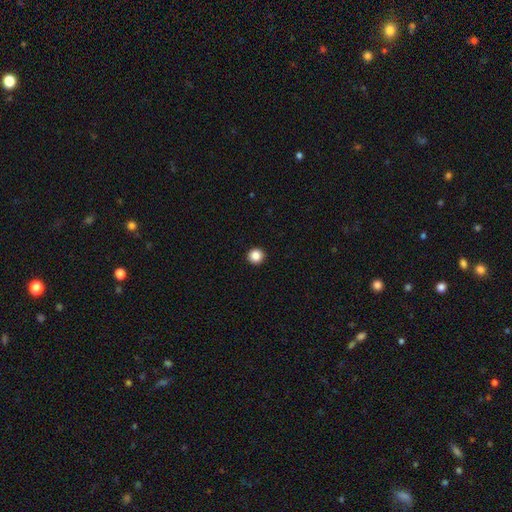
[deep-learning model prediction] smooth-or-featured: smooth: 87% | star or artifact: 10% | featured or disk: 4%
  how-rounded: round: 94% | in between: 5% | cigar-shaped: 1%
  merging: none: 94% | minor disturbance: 4% | major disturbance: 1% | merger: 1%